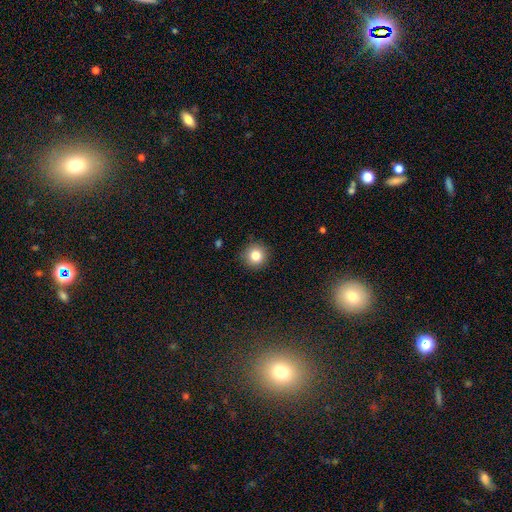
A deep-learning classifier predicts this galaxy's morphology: A smooth galaxy with no disk features (83%) that is round (95%). Merging: none (91%).